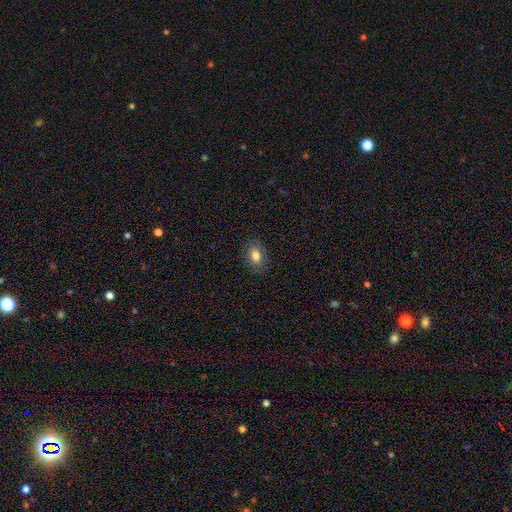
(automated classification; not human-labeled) smooth 81%, featured or disk 9%, star or artifact 9%. Down the decision tree: how rounded — in between (74%); merging — none (87%).